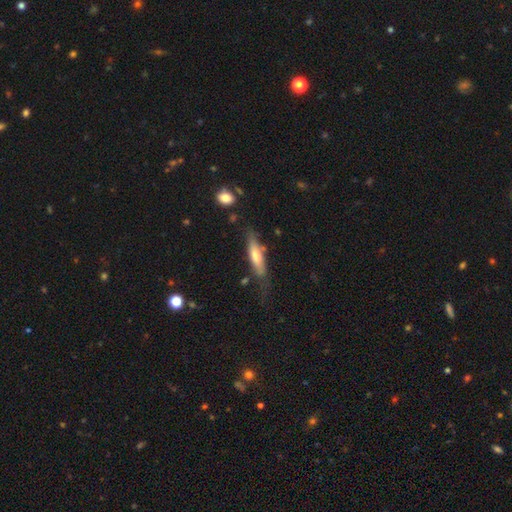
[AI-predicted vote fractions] A smooth galaxy with no disk features (58%) that is cigar-shaped (71%). Merging: none (57%).